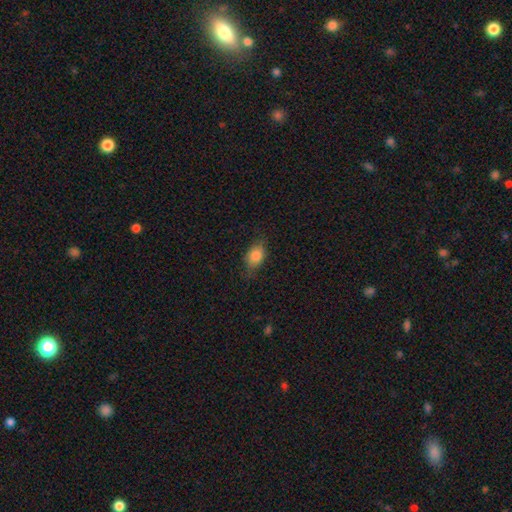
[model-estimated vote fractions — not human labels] Morphology: type=smooth (83%); roundness=in between (82%); merging=none (71%).